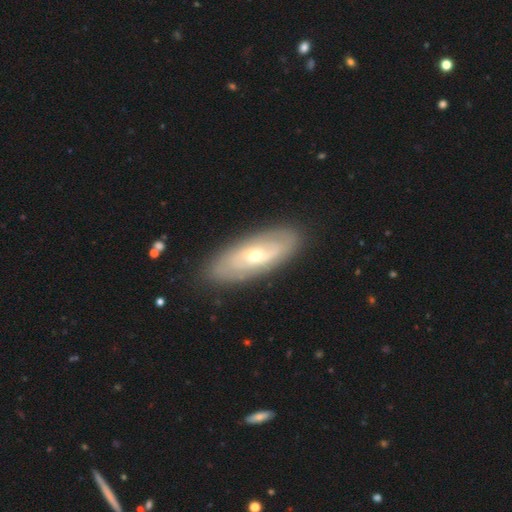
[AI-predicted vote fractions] The model was most divided on "bulge size": small: 57%, moderate: 40%, large: 2%, none: 1%, dominant: 1%. More confident: merging — none (86%); edge-on disk — no (85%); bar — no (67%); smooth or featured — featured or disk (65%); spiral arms — yes (59%).